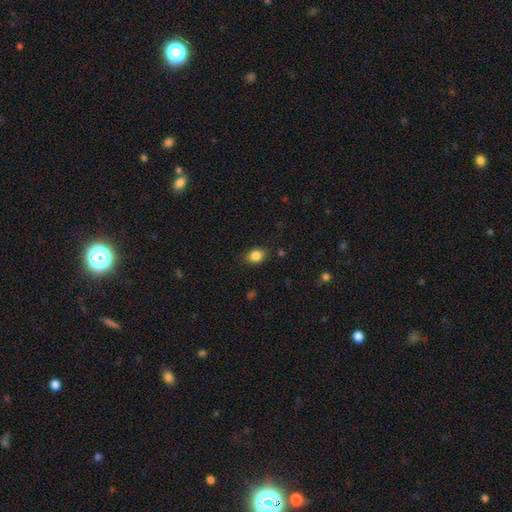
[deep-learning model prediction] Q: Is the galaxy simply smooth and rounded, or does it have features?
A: smooth — 85%.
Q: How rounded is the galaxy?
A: in between — 57%.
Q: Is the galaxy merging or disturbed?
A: none — 82%.